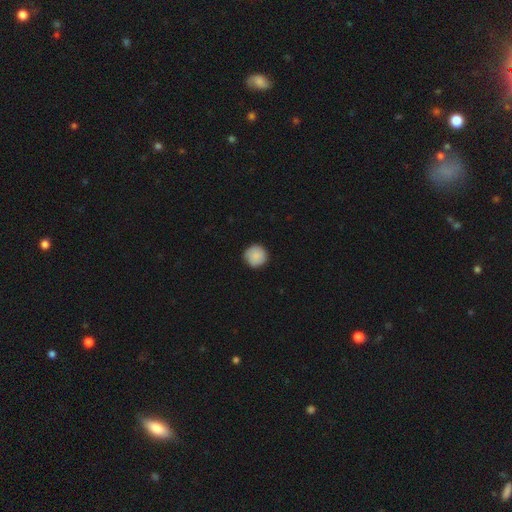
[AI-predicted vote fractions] Morphology: type=smooth (88%); roundness=round (95%); merging=none (90%).